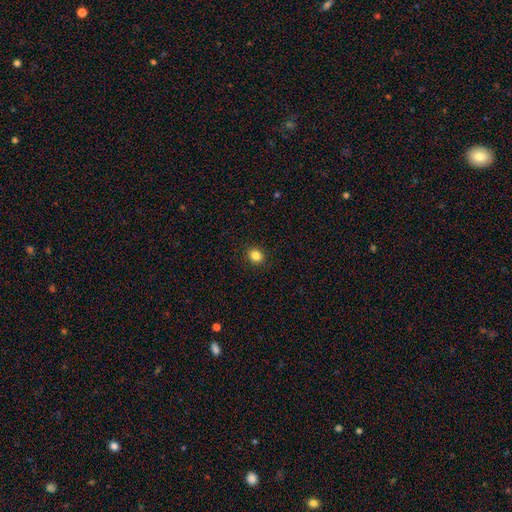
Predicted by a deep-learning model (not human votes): A smooth galaxy with no disk features (84%) that is round (74%). Merging: none (92%).